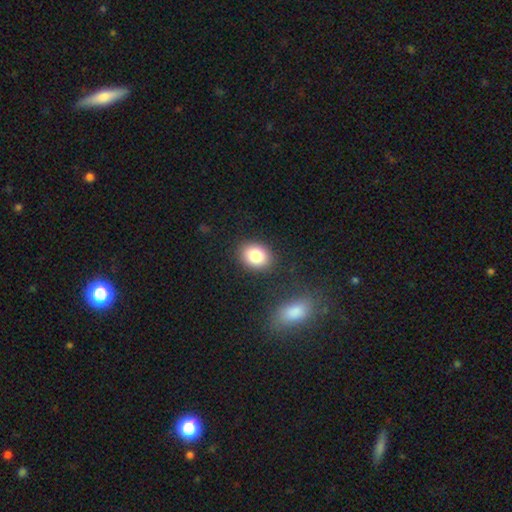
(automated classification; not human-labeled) A smooth galaxy with no disk features (84%) that is in between round and cigar-shaped (56%).

Vote fractions:
- Smooth or featured? smooth: 84% / star or artifact: 9% / featured or disk: 7%
- How rounded? in between: 56% / round: 43% / cigar-shaped: 1%
- Merging? none: 86% / minor disturbance: 8% / merger: 3% / major disturbance: 3%